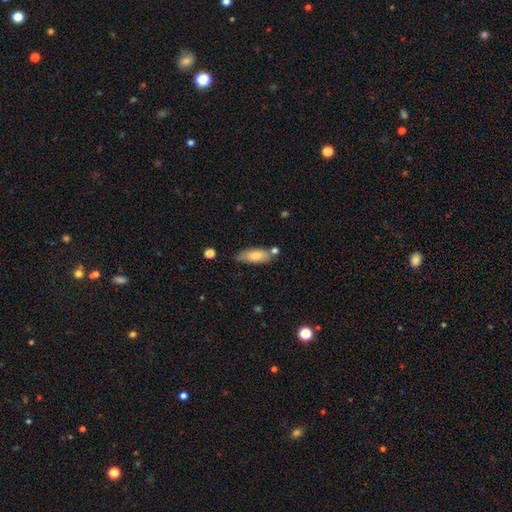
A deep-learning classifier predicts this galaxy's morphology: Smooth or featured: smooth — 76% (featured or disk — 18%)
How rounded: in between — 73% (cigar-shaped — 25%)
Merging: none — 63% (minor disturbance — 23%)